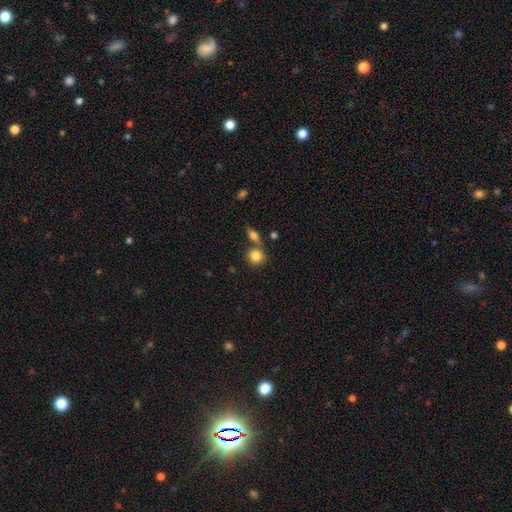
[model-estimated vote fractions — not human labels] smooth_or_featured: smooth (p=0.84) [alt: star or artifact p=0.08]
how_rounded: round (p=0.82) [alt: in between p=0.16]
merging: none (p=0.60) [alt: merger p=0.26]